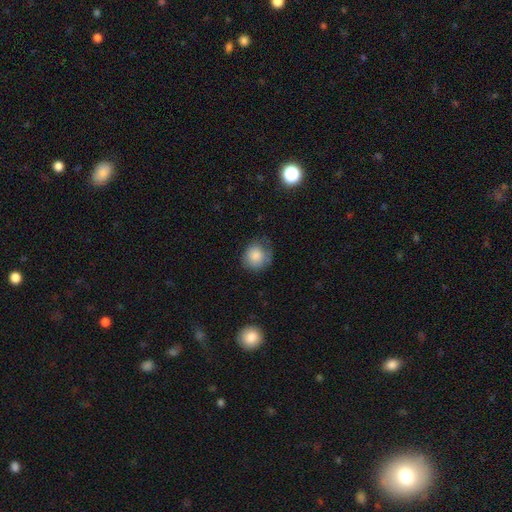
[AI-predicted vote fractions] Smooth or featured? Predicted: smooth (p=0.84). How rounded? Predicted: round (p=0.83). Merging? Predicted: none (p=0.63).